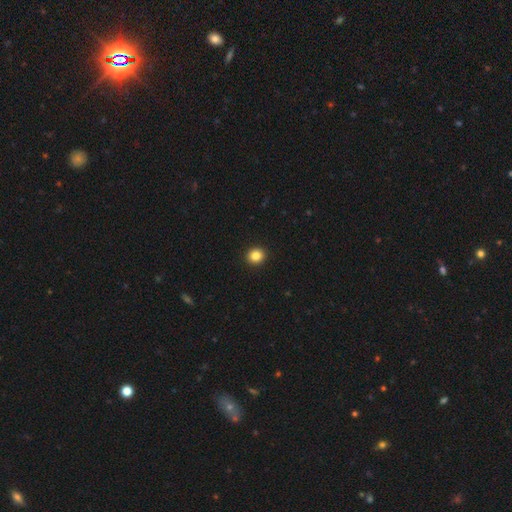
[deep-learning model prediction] This is clearly a smooth galaxy (85%). How rounded: clearly round (85%). Merging: clearly none (93%).